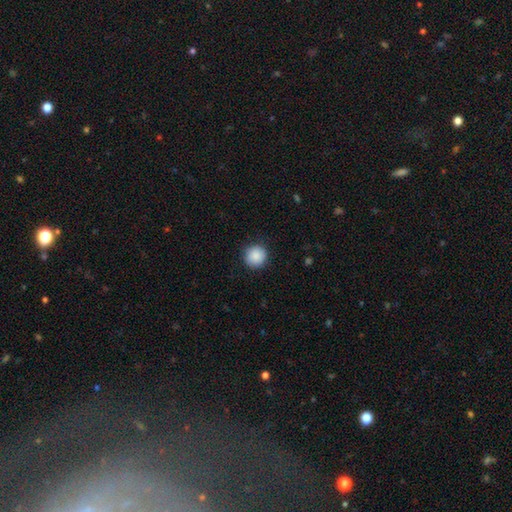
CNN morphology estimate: A smooth galaxy with no disk features (88%) that is round (94%). Merging: none (88%).